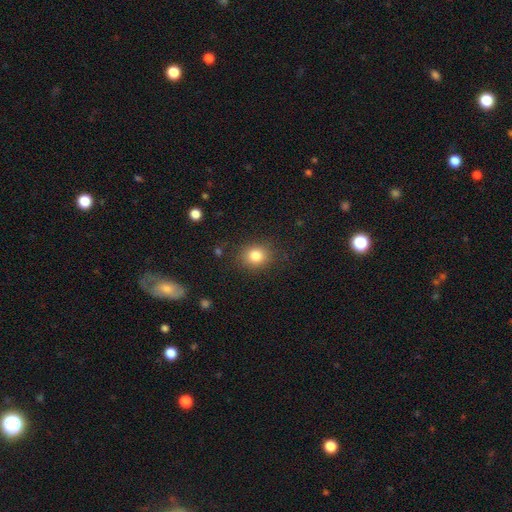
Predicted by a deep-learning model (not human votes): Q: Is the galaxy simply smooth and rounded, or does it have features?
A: smooth — 83%.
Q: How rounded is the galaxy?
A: round — 74%.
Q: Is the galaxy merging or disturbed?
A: none — 86%.